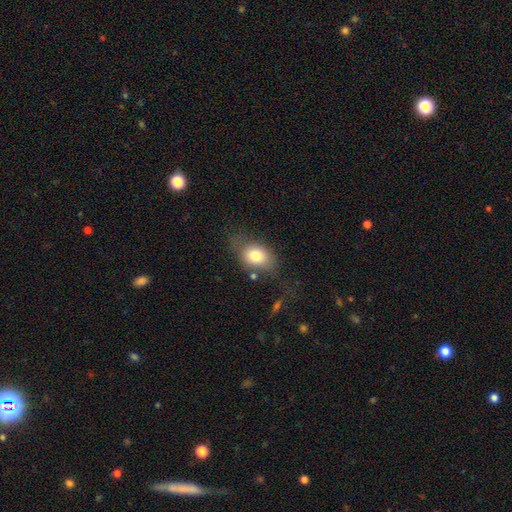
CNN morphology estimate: Q: Smooth or featured?
A: smooth (77%); runner-up: featured or disk (14%)
Q: How rounded?
A: in between (73%); runner-up: round (25%)
Q: Merging?
A: none (57%); runner-up: minor disturbance (25%)